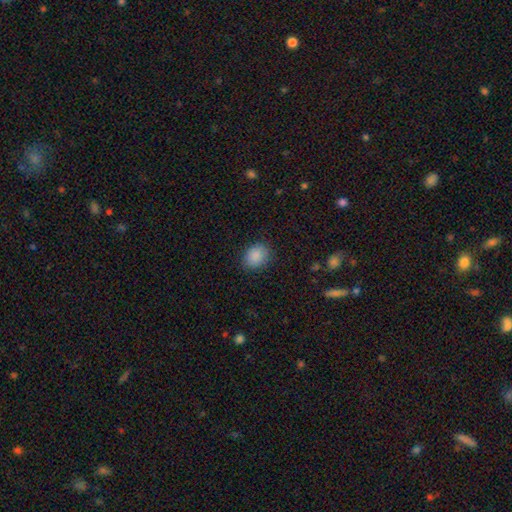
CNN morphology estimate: This is clearly a smooth galaxy (88%). How rounded: possibly round (50%). Merging: clearly none (84%).